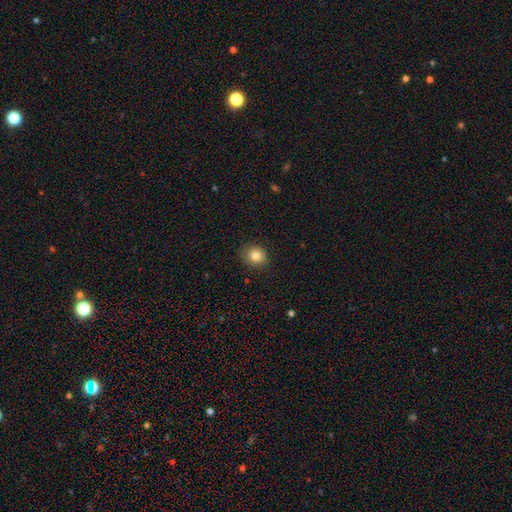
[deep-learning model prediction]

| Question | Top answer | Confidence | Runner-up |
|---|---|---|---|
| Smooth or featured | smooth | 82% | star or artifact (11%) |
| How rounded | round | 81% | in between (18%) |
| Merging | none | 86% | minor disturbance (10%) |